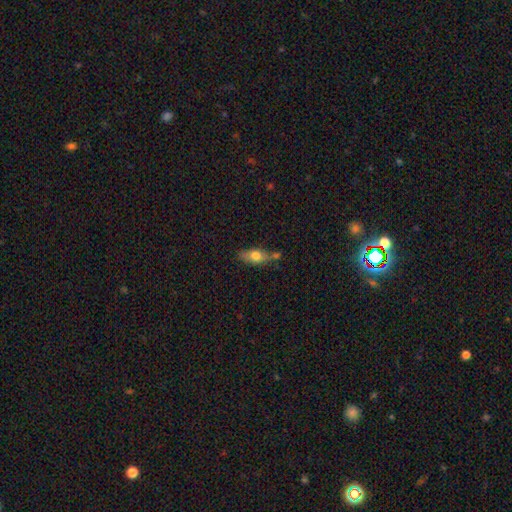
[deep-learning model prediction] Smooth or featured? smooth (67%)
How rounded? in between (76%)
Merging? none (53%)